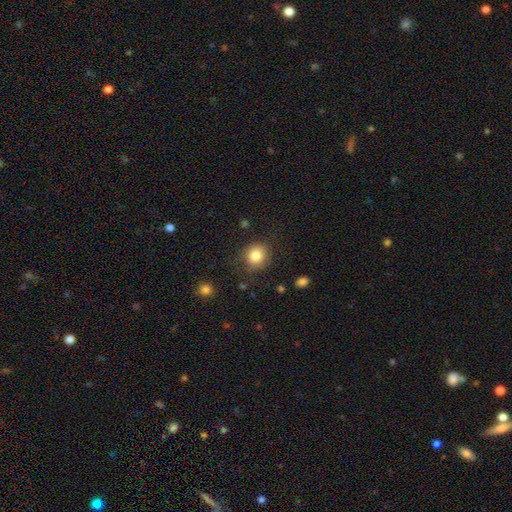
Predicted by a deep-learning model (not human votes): Smooth or featured: smooth — 82% (star or artifact — 10%)
How rounded: round — 86% (in between — 13%)
Merging: none — 82% (minor disturbance — 12%)